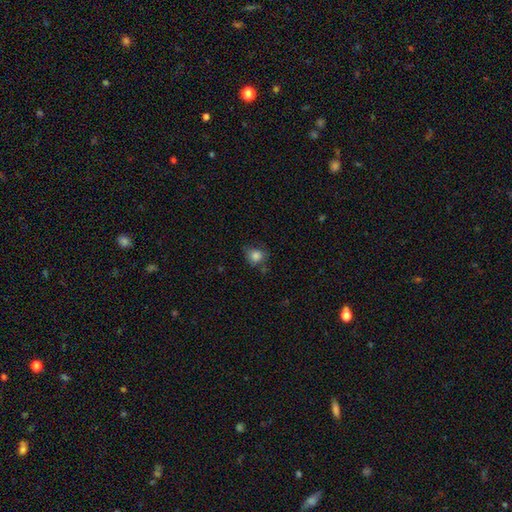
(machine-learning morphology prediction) Overall: smooth (83%). How rounded: round (73%). Merging: none (61%; minor disturbance 27%).